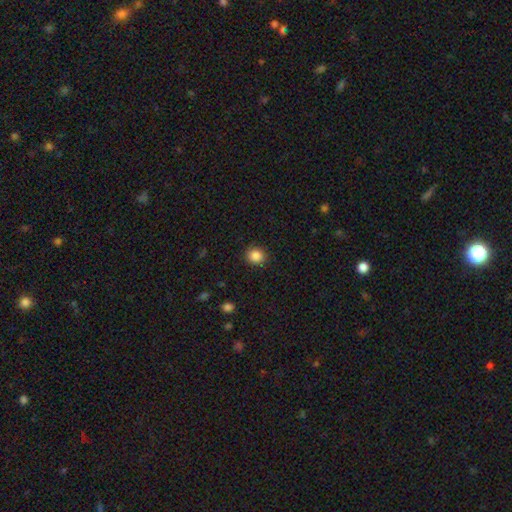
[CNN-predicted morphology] Smooth or featured? Predicted: smooth (p=0.86). How rounded? Predicted: round (p=0.83). Merging? Predicted: none (p=0.89).